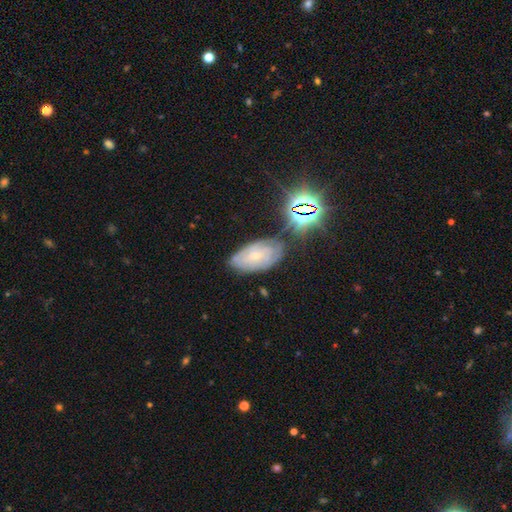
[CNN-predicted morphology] A featured or disk galaxy (61%) with no bar (66%), spiral arms (80%) and a small central bulge (73%).

Vote fractions:
- Smooth or featured? featured or disk: 61% / smooth: 25% / star or artifact: 14%
- Edge-on disk? no: 93% / yes: 7%
- Bar? no: 66% / weak: 28% / strong: 6%
- Spiral arms? yes: 80% / no: 20%
- Bulge size? small: 73% / moderate: 22% / none: 3% / large: 1% / dominant: 1%
- Merging? none: 69% / minor disturbance: 21% / major disturbance: 6% / merger: 4%